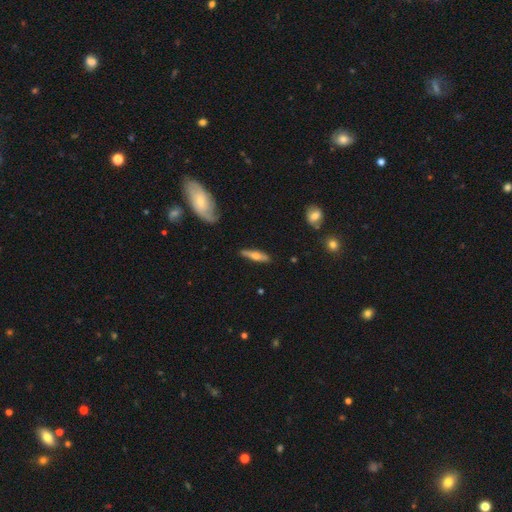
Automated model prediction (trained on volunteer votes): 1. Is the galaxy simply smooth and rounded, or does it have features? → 47% featured or disk, 46% smooth, 6% star or artifact.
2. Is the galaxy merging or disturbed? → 84% none, 12% minor disturbance, 2% major disturbance, 2% merger.